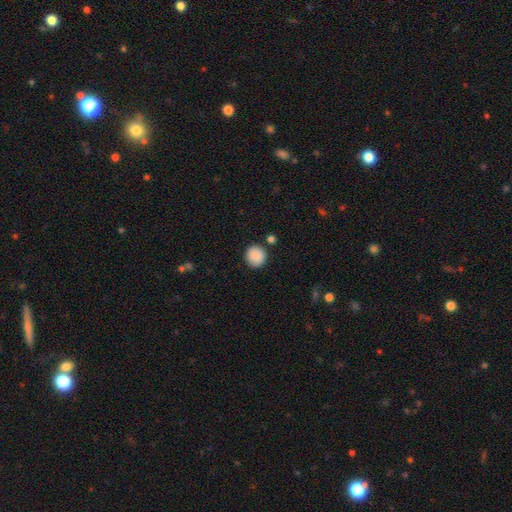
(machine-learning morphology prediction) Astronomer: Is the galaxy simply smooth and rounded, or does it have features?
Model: smooth — 89%.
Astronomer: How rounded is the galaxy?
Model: round — 93%.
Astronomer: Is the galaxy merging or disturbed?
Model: none — 87%.